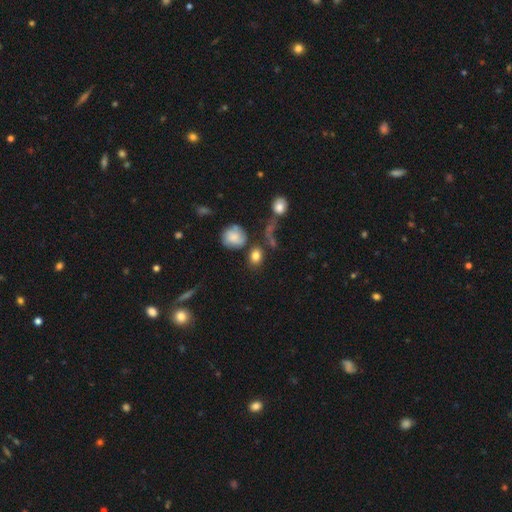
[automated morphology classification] type=smooth (82%); roundness=in between (53%); merging=none (64%).